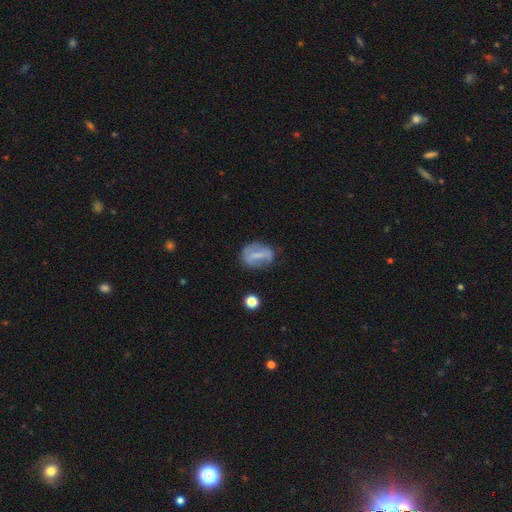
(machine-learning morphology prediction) Q: Smooth or featured?
A: featured or disk (46%); runner-up: smooth (45%)
Q: Merging?
A: none (65%); runner-up: minor disturbance (22%)